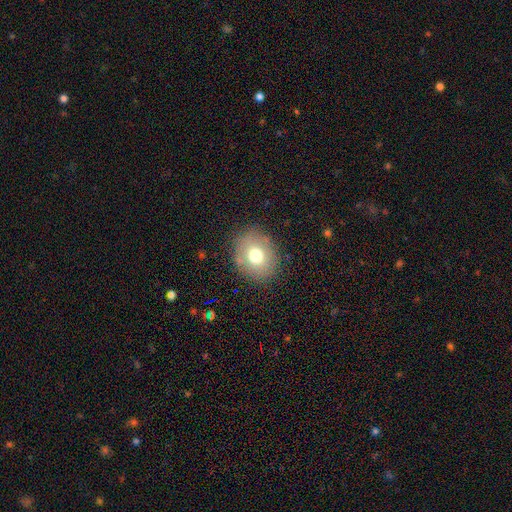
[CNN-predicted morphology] The model was most divided on "how rounded": round: 60%, in between: 39%, cigar-shaped: 1%. More confident: merging — none (83%); smooth or featured — smooth (72%).